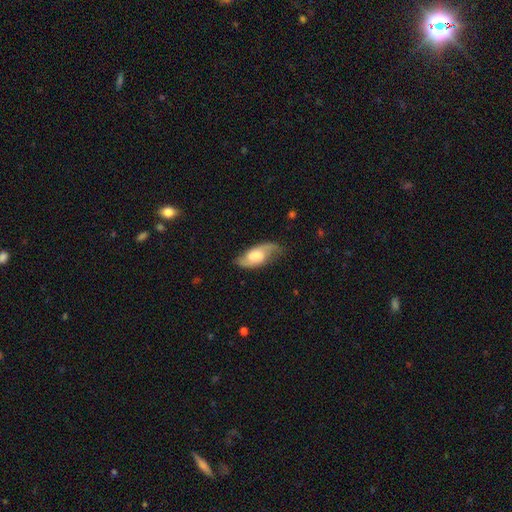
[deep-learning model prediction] Smooth or featured?
  - featured or disk: 65% *
  - smooth: 28%
  - star or artifact: 7%
Edge-on disk?
  - no: 91% *
  - yes: 9%
Bar?
  - no: 56% *
  - weak: 35%
  - strong: 9%
Spiral arms?
  - yes: 92% *
  - no: 8%
Spiral winding?
  - loose: 48% *
  - medium: 39%
  - tight: 14%
Spiral arm count?
  - 2: 87% *
  - can't tell: 6%
  - 1: 5%
  - 3: 1%
  - 4: 1%
  - more than 4: 1%
Bulge size?
  - large: 34% *
  - moderate: 28%
  - small: 17%
  - none: 15%
  - dominant: 6%
Merging?
  - none: 67% *
  - minor disturbance: 22%
  - major disturbance: 9%
  - merger: 2%